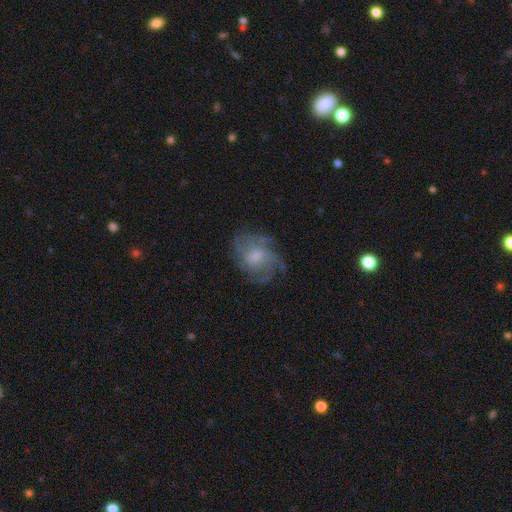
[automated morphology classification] featured or disk 65%, smooth 26%, star or artifact 10%. Down the decision tree: edge-on disk — no (97%); bar — no (62%); spiral arms — yes (80%); spiral arm count — can't tell (43%); spiral winding — medium (41%); bulge size — moderate (49%); merging — none (62%).